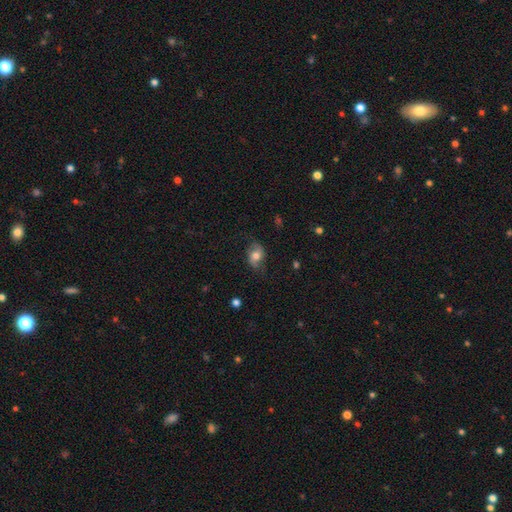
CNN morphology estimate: A smooth galaxy with no disk features (53%) that is in between round and cigar-shaped (74%). Merging: none (67%).